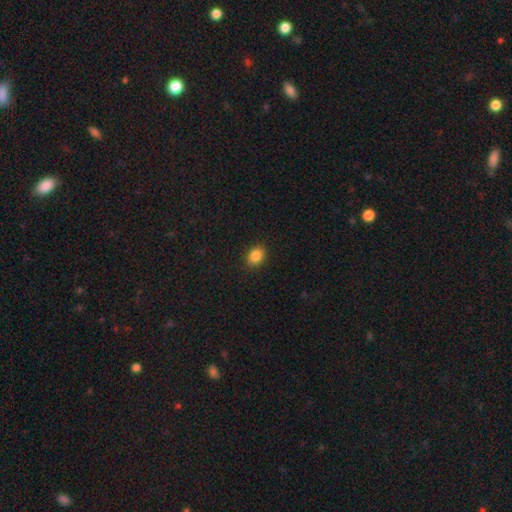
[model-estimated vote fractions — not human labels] smooth-or-featured: smooth: 86% | star or artifact: 10% | featured or disk: 4%
  how-rounded: in between: 52% | round: 47% | cigar-shaped: 1%
  merging: none: 89% | minor disturbance: 8% | major disturbance: 2% | merger: 1%